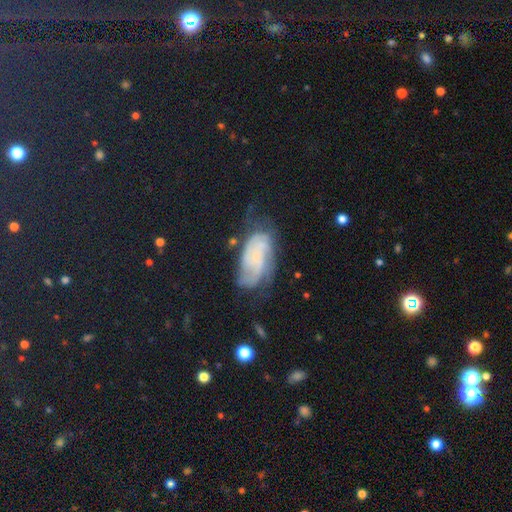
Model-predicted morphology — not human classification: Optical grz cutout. It shows a featured or disk galaxy (67%) with no bar (67%), tight (47%) spiral arms (89%) and a small central bulge (54%). Merging: none (52%).